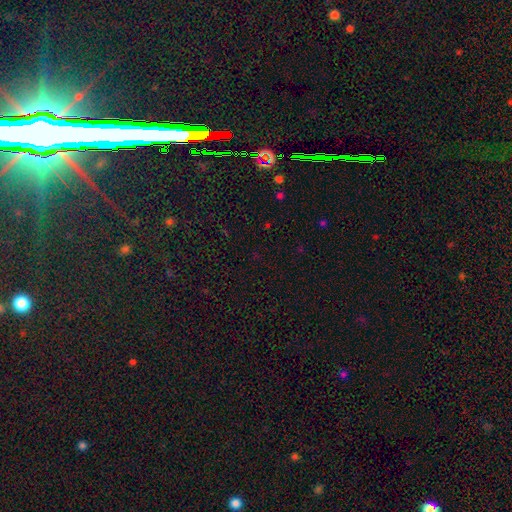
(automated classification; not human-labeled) Smooth or featured? Predicted: star or artifact (p=0.68).